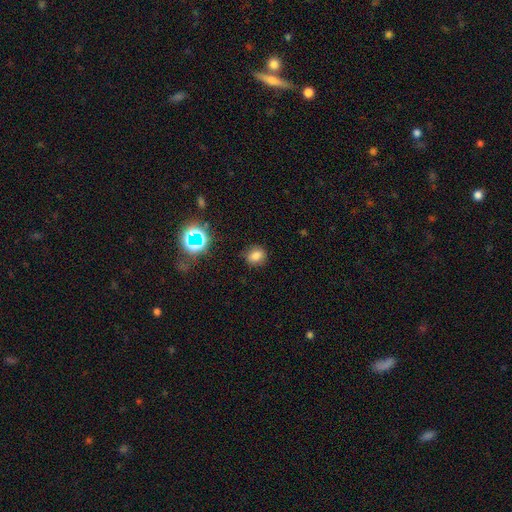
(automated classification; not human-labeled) Q: Smooth or featured?
A: smooth (76%); runner-up: star or artifact (17%)
Q: How rounded?
A: round (63%); runner-up: in between (35%)
Q: Merging?
A: none (83%); runner-up: minor disturbance (12%)